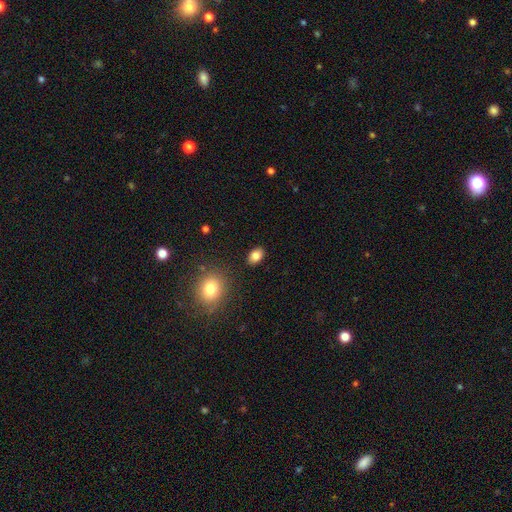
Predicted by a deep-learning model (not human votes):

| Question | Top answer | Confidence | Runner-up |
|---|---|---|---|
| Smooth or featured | smooth | 83% | star or artifact (10%) |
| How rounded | in between | 80% | round (19%) |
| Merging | none | 87% | minor disturbance (8%) |